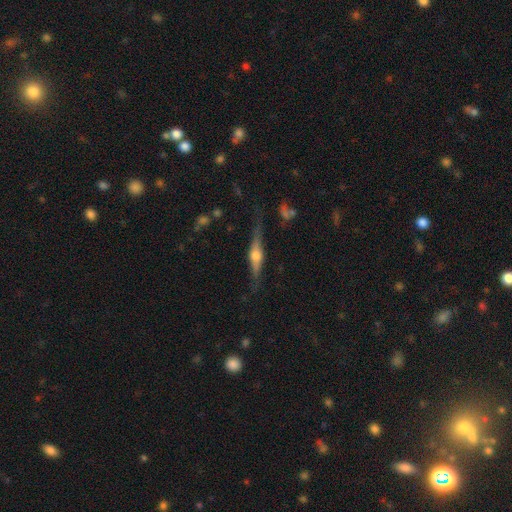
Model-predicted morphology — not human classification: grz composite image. It shows a featured or disk galaxy (72%) viewed edge-on (96%) with a rounded central bulge (92%). Merging: none (76%).